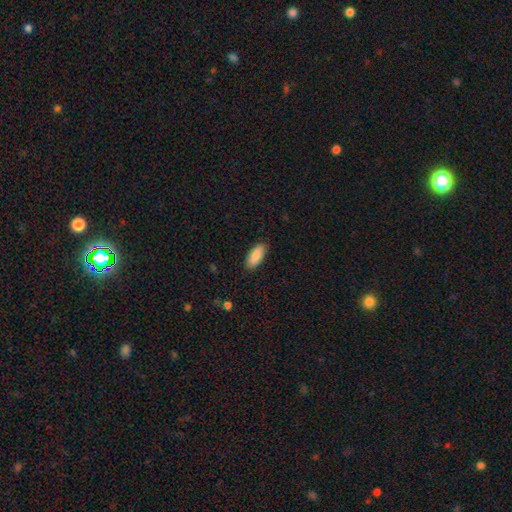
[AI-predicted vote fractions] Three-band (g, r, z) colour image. It shows a smooth galaxy with no disk features (89%) that is in between round and cigar-shaped (83%). Merging: none (88%).